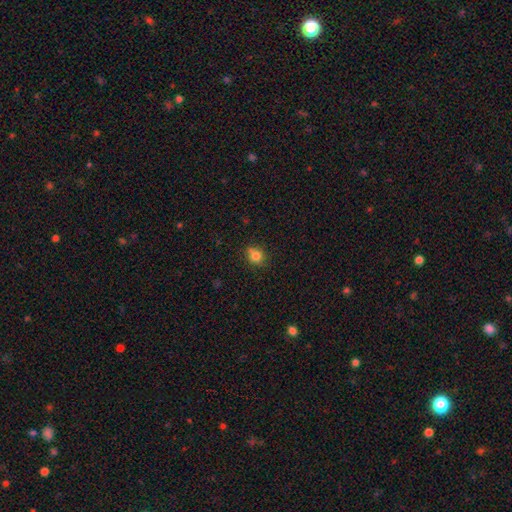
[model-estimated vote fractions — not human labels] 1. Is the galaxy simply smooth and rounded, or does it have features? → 81% smooth, 12% star or artifact, 7% featured or disk.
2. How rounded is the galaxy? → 82% round, 17% in between, 1% cigar-shaped.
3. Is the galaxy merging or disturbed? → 68% none, 14% minor disturbance, 14% merger, 4% major disturbance.